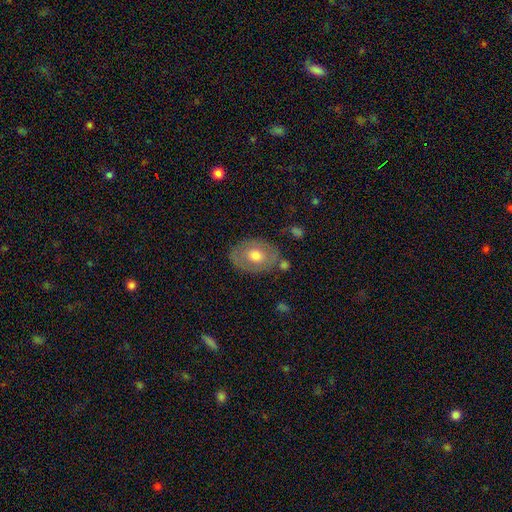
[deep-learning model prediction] Morphology: type=smooth (55%); roundness=in between (70%); merging=none (73%).